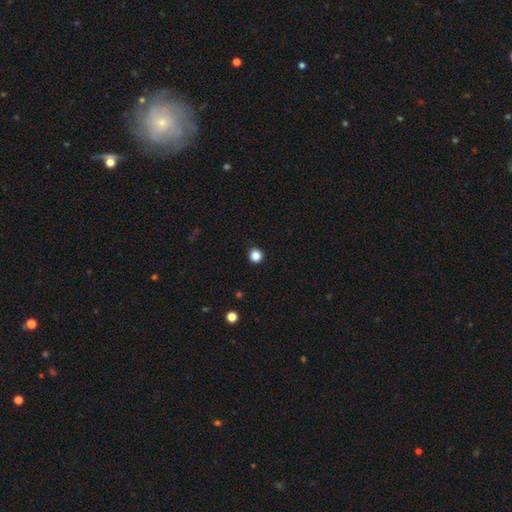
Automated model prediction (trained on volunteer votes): smooth 85%, star or artifact 12%, featured or disk 3%. Down the decision tree: how rounded — round (95%); merging — none (94%).